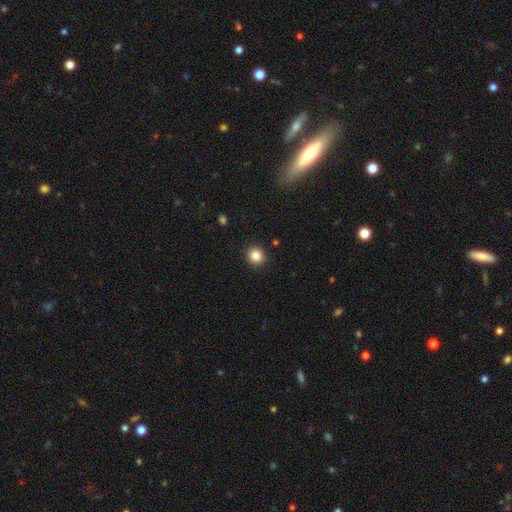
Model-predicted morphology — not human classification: Q: Smooth or featured?
A: smooth (86%); runner-up: star or artifact (10%)
Q: How rounded?
A: round (91%); runner-up: in between (8%)
Q: Merging?
A: none (92%); runner-up: minor disturbance (5%)